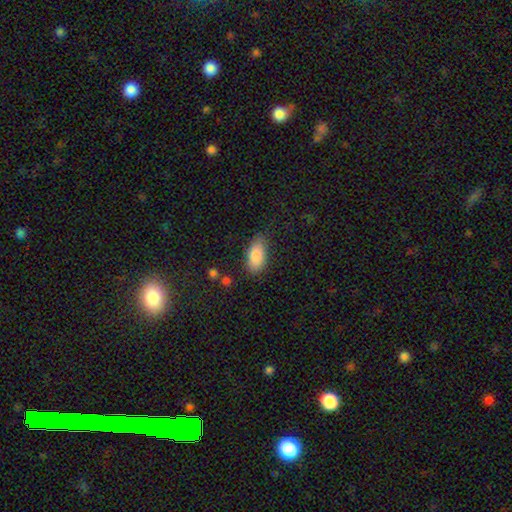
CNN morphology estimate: smooth-or-featured: smooth: 86% | featured or disk: 7% | star or artifact: 7%
  how-rounded: in between: 91% | cigar-shaped: 6% | round: 3%
  merging: none: 76% | minor disturbance: 18% | major disturbance: 4% | merger: 2%